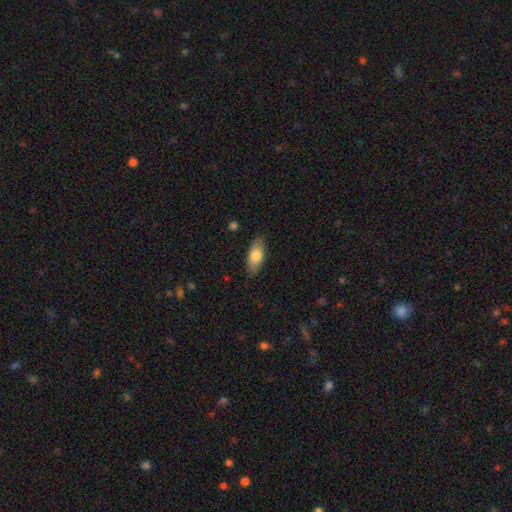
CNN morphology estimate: type=smooth (79%); roundness=in between (85%); merging=none (85%).